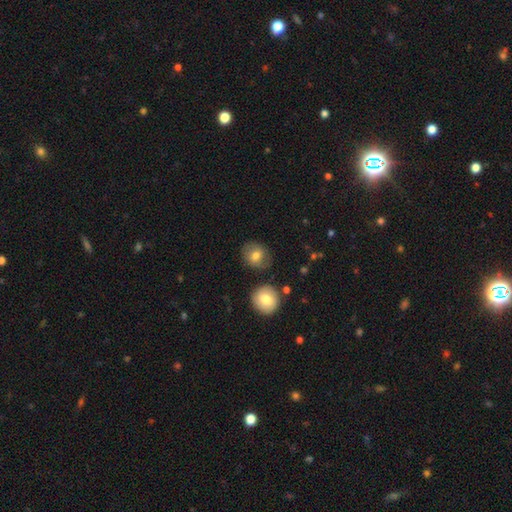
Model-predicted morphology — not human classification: Q: Smooth or featured?
A: smooth (71%); runner-up: featured or disk (20%)
Q: How rounded?
A: round (76%); runner-up: in between (23%)
Q: Merging?
A: none (77%); runner-up: minor disturbance (15%)